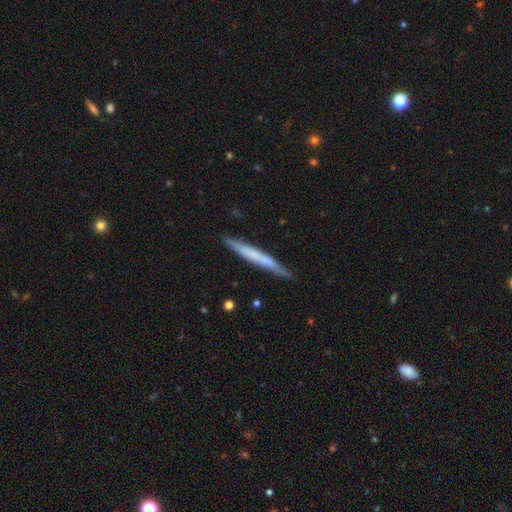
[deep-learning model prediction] Q: Smooth or featured?
A: smooth (53%); runner-up: featured or disk (41%)
Q: How rounded?
A: cigar-shaped (97%); runner-up: in between (2%)
Q: Merging?
A: none (87%); runner-up: minor disturbance (10%)